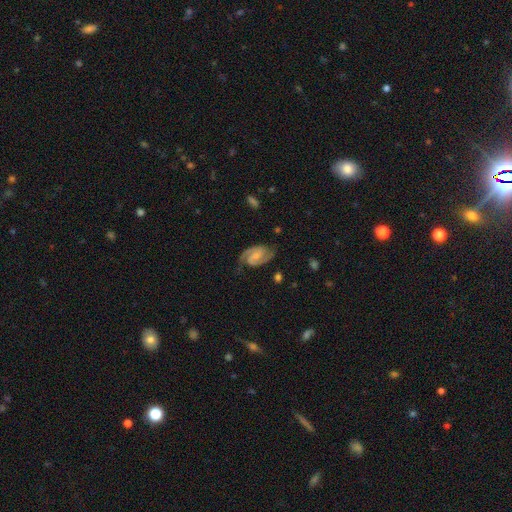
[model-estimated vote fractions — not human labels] Smooth or featured: featured or disk — 88% (smooth — 7%)
Edge-on disk: no — 98% (yes — 2%)
Bar: weak — 49% (no — 33%)
Spiral arms: yes — 98% (no — 2%)
Spiral winding: medium — 54% (tight — 33%)
Spiral arm count: 2 — 93% (can't tell — 3%)
Bulge size: small — 48% (moderate — 25%)
Merging: none — 79% (minor disturbance — 15%)